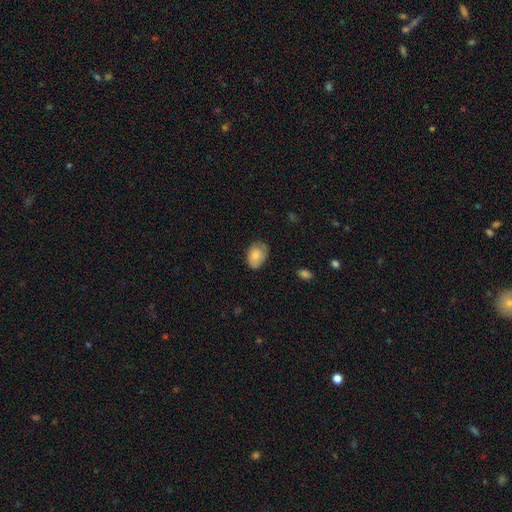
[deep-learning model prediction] Morphology: type=smooth (78%); roundness=in between (79%); merging=none (68%).